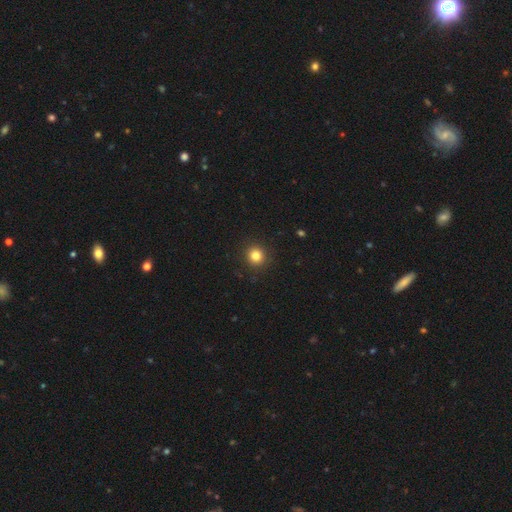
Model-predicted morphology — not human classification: Q: Smooth or featured?
A: smooth (82%); runner-up: star or artifact (12%)
Q: How rounded?
A: round (92%); runner-up: in between (7%)
Q: Merging?
A: none (91%); runner-up: minor disturbance (6%)